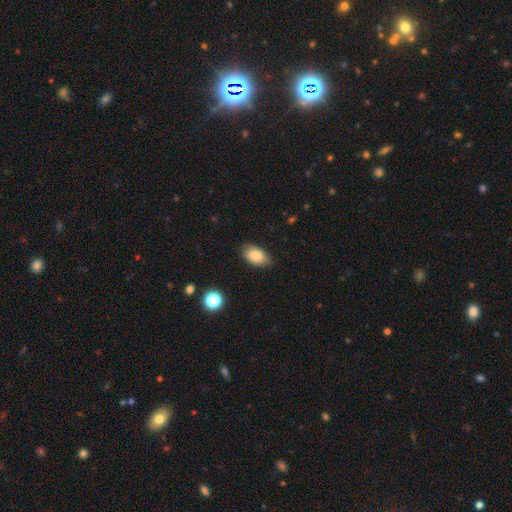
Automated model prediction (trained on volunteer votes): Smooth or featured? Predicted: smooth (p=0.82). How rounded? Predicted: in between (p=0.92). Merging? Predicted: none (p=0.79).